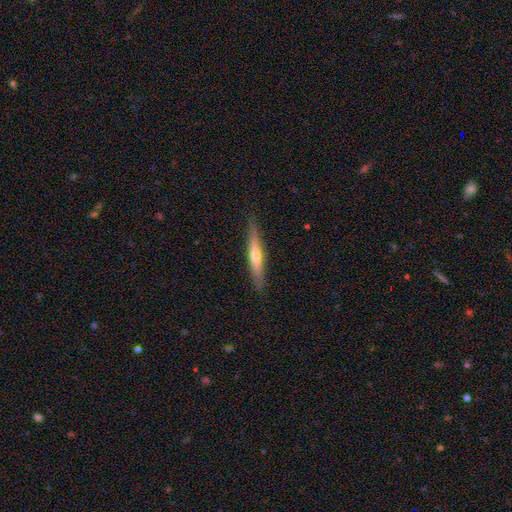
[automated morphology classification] Smooth or featured?
  - featured or disk: 52% *
  - smooth: 42%
  - star or artifact: 6%
Edge-on disk?
  - yes: 94% *
  - no: 6%
Merging?
  - none: 88% *
  - minor disturbance: 9%
  - major disturbance: 2%
  - merger: 1%